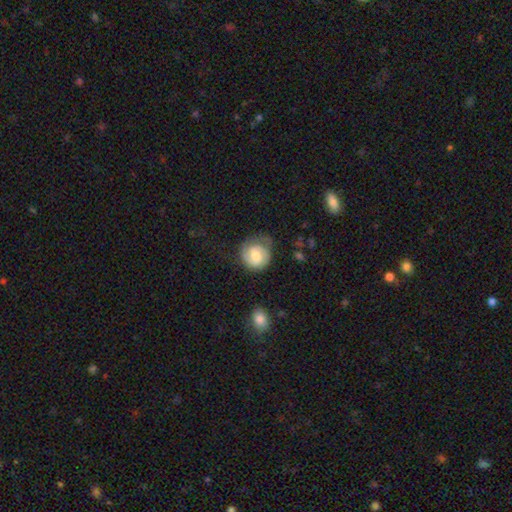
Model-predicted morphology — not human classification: Smooth or featured? featured or disk (53%)
Edge-on disk? no (98%)
Bar? no (51%)
Spiral arms? yes (87%)
Bulge size? moderate (56%)
Merging? none (60%)